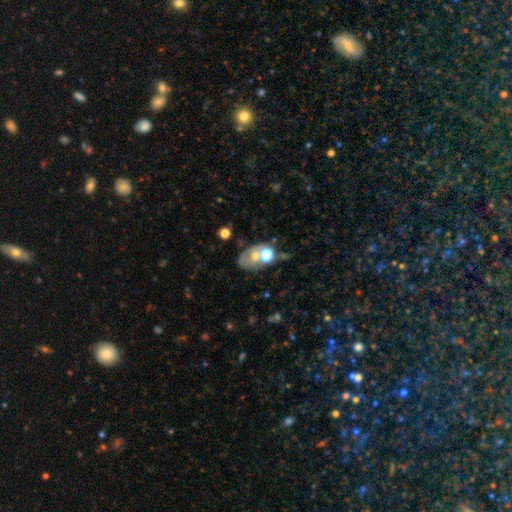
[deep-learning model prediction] A smooth galaxy with no disk features (51%) that is in between round and cigar-shaped (73%). Merging: merger (39%).